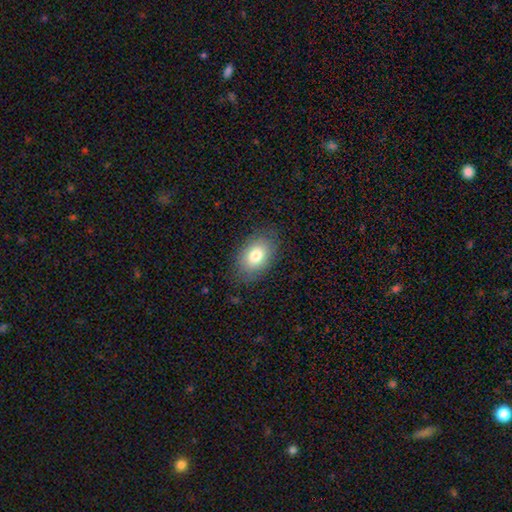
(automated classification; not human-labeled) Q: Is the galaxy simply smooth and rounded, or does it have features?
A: smooth — 78%.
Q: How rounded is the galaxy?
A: in between — 86%.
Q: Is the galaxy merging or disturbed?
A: none — 81%.